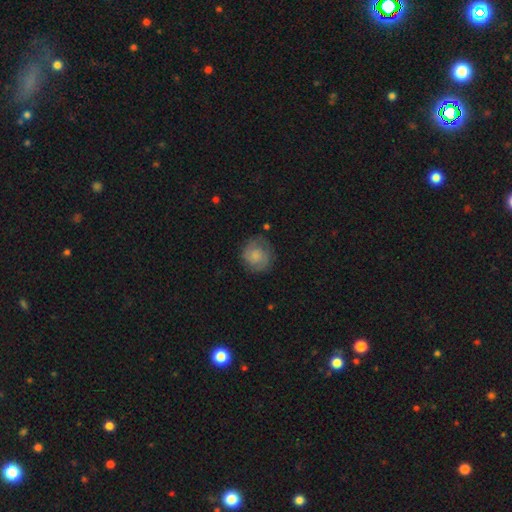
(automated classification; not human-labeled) This appears to be a smooth galaxy with no disk features (62%) that is round (84%). Merging: none (70%).